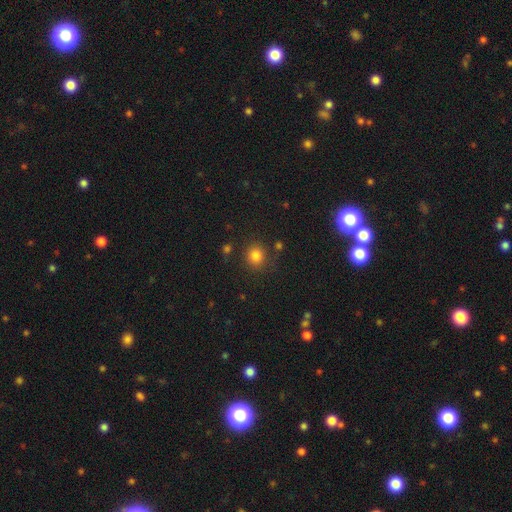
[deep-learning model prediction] A smooth galaxy with no disk features (82%) that is round (89%). Merging: none (83%).